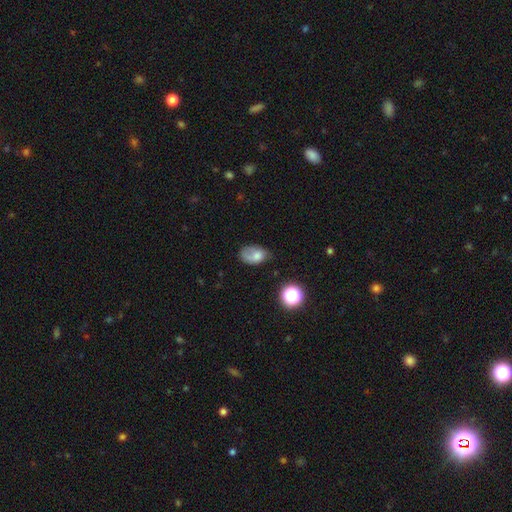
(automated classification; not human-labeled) smooth 68%, featured or disk 21%, star or artifact 11%. Down the decision tree: how rounded — in between (84%); merging — none (42%).